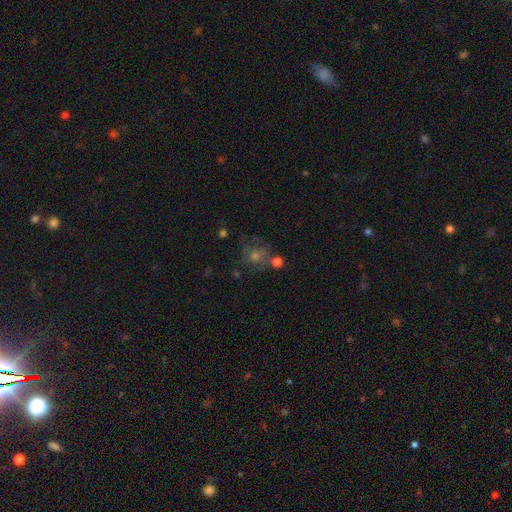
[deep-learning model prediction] This appears to be a smooth galaxy with no disk features (38%). Merging: none (62%).